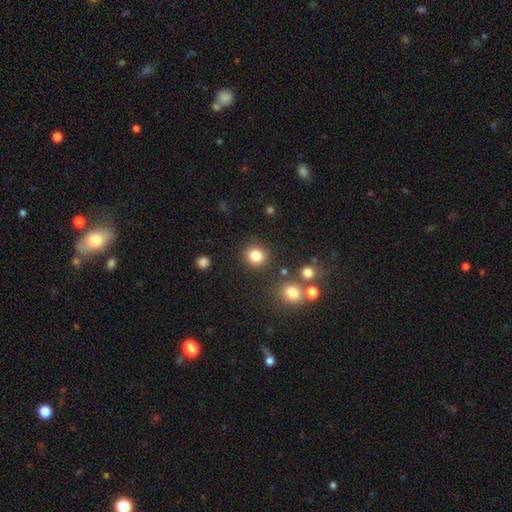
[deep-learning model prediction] Smooth or featured: smooth — 83% (star or artifact — 12%)
How rounded: round — 87% (in between — 13%)
Merging: none — 85% (minor disturbance — 8%)